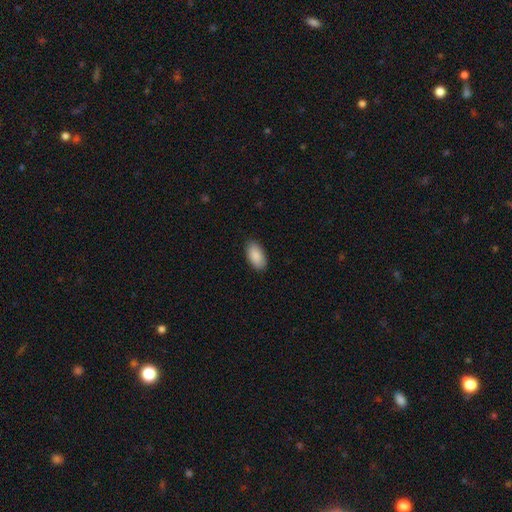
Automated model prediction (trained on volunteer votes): smooth_or_featured: smooth (p=0.90) [alt: star or artifact p=0.06]
how_rounded: in between (p=0.95) [alt: cigar-shaped p=0.03]
merging: none (p=0.88) [alt: minor disturbance p=0.09]